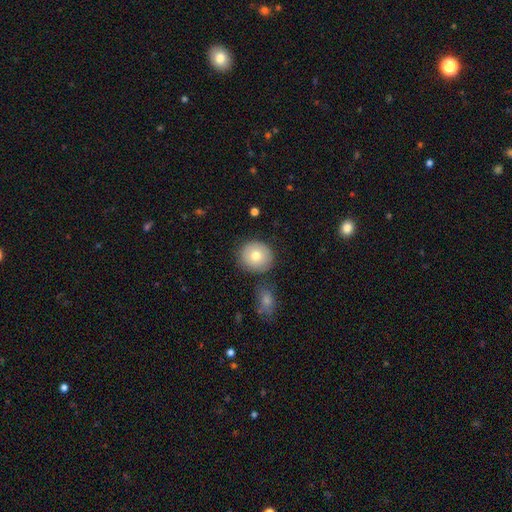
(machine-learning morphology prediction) Smooth or featured? smooth (76%)
How rounded? round (88%)
Merging? none (81%)